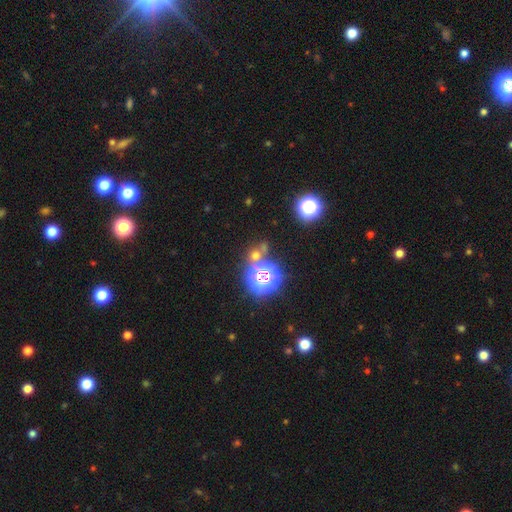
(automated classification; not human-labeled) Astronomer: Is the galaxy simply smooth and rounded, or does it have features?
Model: star or artifact — 49% (runner-up: smooth, 41%).